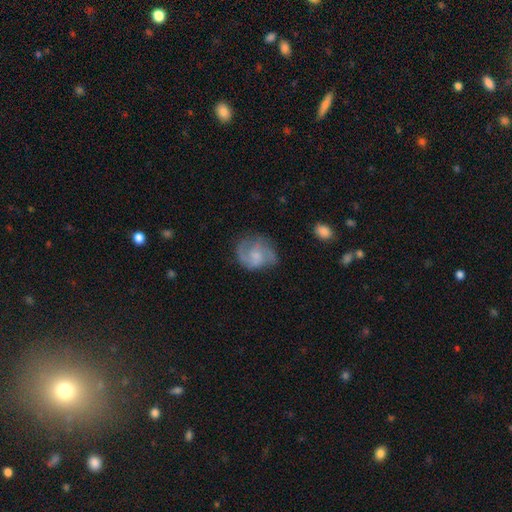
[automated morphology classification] Smooth or featured? Predicted: featured or disk (p=0.58). Edge-on disk? Predicted: no (p=0.98). Bar? Predicted: no (p=0.65). Spiral arms? Predicted: yes (p=0.82). Bulge size? Predicted: small (p=0.40). Merging? Predicted: none (p=0.56).